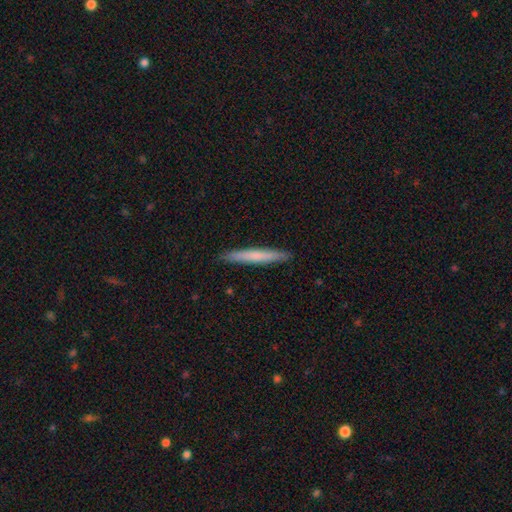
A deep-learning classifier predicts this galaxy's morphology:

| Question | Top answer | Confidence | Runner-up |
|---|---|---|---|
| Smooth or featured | smooth | 67% | featured or disk (28%) |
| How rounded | cigar-shaped | 96% | in between (2%) |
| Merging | none | 92% | minor disturbance (6%) |